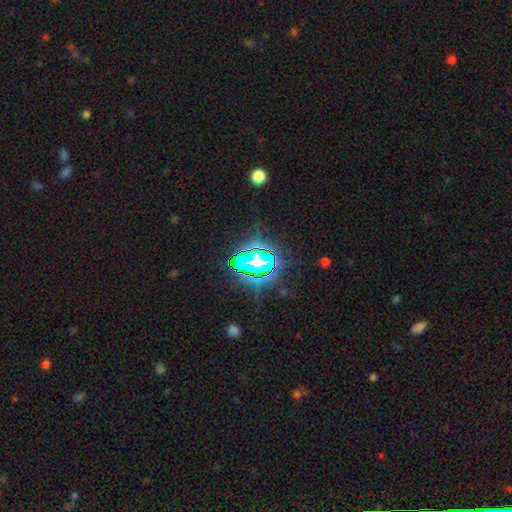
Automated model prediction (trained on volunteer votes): smooth-or-featured: star or artifact: 69% | smooth: 18% | featured or disk: 13%